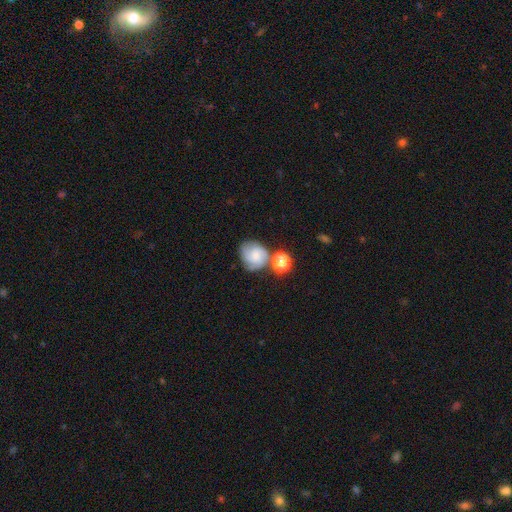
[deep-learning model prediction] A featured or disk galaxy (52%) with no bar (68%), spiral arms (89%) and a small central bulge (46%). Merging: none (51%).